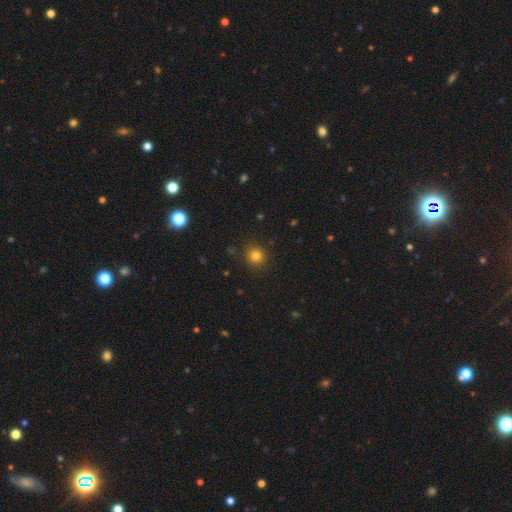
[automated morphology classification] A smooth galaxy with no disk features (80%) that is round (90%).

Vote fractions:
- Smooth or featured? smooth: 80% / star or artifact: 15% / featured or disk: 6%
- How rounded? round: 90% / in between: 9% / cigar-shaped: 1%
- Merging? none: 89% / minor disturbance: 7% / major disturbance: 2% / merger: 1%